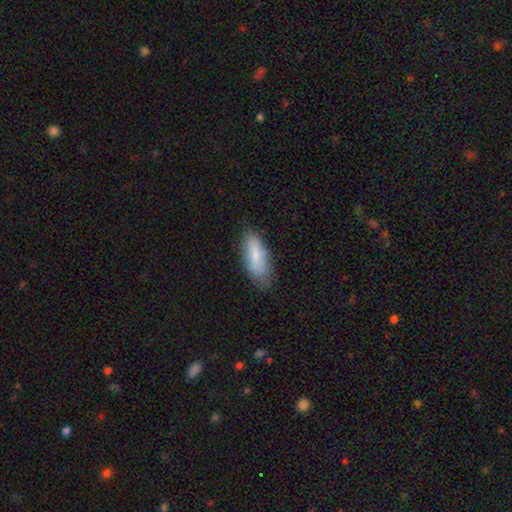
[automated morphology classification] Smooth or featured?
  - smooth: 79% *
  - featured or disk: 15%
  - star or artifact: 6%
How rounded?
  - in between: 74% *
  - cigar-shaped: 24%
  - round: 2%
Merging?
  - none: 70% *
  - minor disturbance: 23%
  - major disturbance: 5%
  - merger: 2%